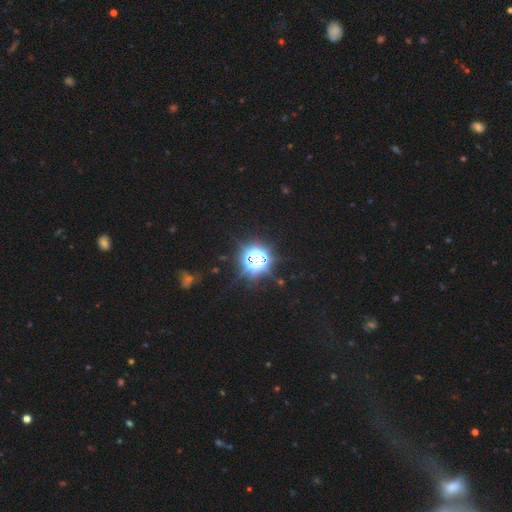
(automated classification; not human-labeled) Morphology: type=star or artifact (76%).